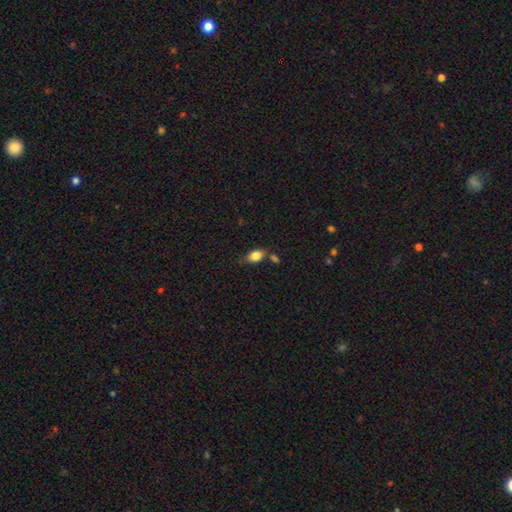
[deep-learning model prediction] smooth-or-featured: smooth: 83% | star or artifact: 8% | featured or disk: 8%
  how-rounded: in between: 86% | round: 11% | cigar-shaped: 3%
  merging: none: 67% | minor disturbance: 17% | merger: 13% | major disturbance: 4%